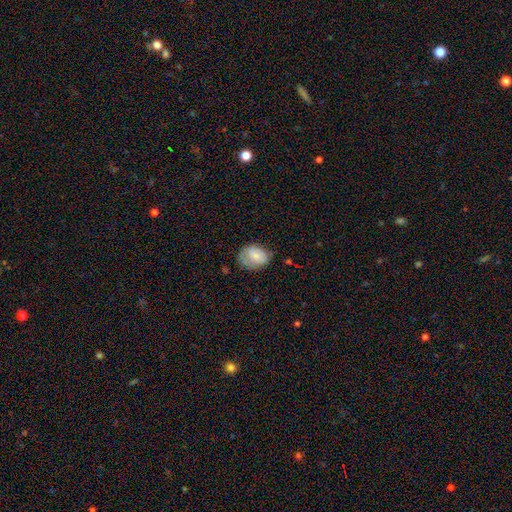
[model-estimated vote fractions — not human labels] Smooth or featured: smooth — 74% (featured or disk — 18%)
How rounded: in between — 68% (round — 31%)
Merging: none — 51% (minor disturbance — 34%)